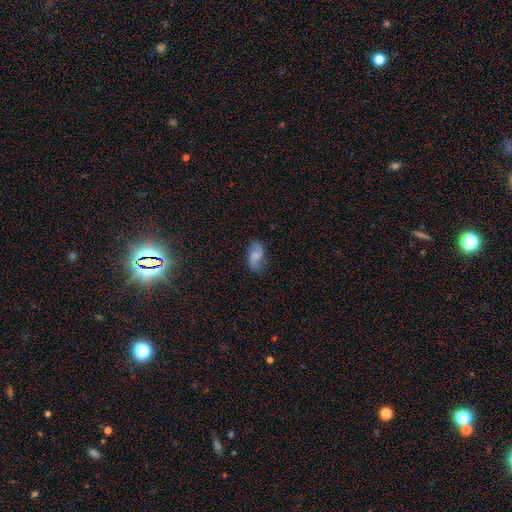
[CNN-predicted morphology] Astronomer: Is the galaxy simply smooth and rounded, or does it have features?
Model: smooth — 47% (runner-up: featured or disk, 44%).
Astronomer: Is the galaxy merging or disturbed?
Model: none — 73%.